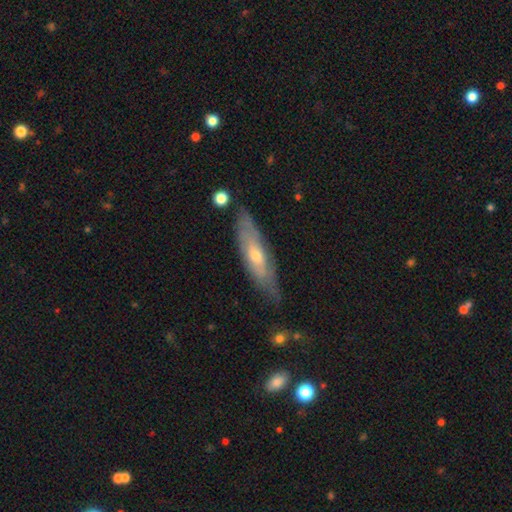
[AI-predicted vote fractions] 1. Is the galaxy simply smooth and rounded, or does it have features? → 56% featured or disk, 38% smooth, 6% star or artifact.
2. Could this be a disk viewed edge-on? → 51% no, 49% yes.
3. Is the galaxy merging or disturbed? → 74% none, 19% minor disturbance, 4% major disturbance, 2% merger.